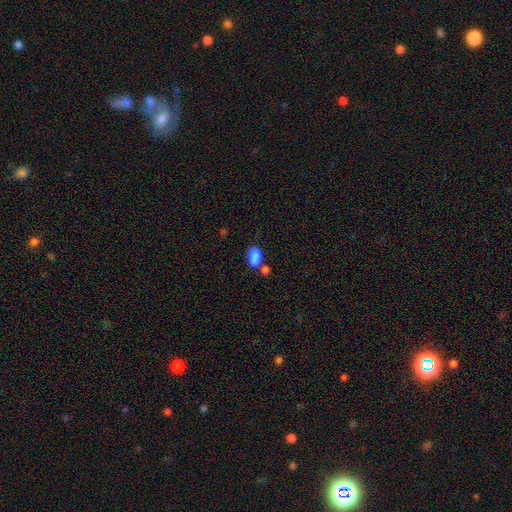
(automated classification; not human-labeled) Q: Smooth or featured?
A: smooth (85%); runner-up: star or artifact (9%)
Q: How rounded?
A: in between (88%); runner-up: round (10%)
Q: Merging?
A: none (51%); runner-up: merger (26%)